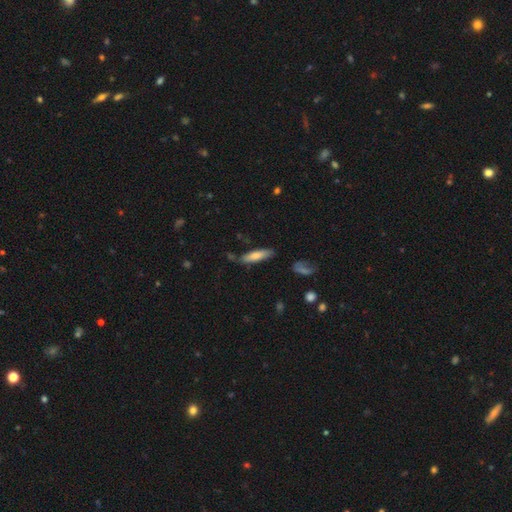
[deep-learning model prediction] A smooth galaxy with no disk features (72%) that is cigar-shaped (70%).

Vote fractions:
- Smooth or featured? smooth: 72% / featured or disk: 22% / star or artifact: 6%
- How rounded? cigar-shaped: 70% / in between: 28% / round: 2%
- Merging? none: 72% / minor disturbance: 19% / merger: 5% / major disturbance: 4%